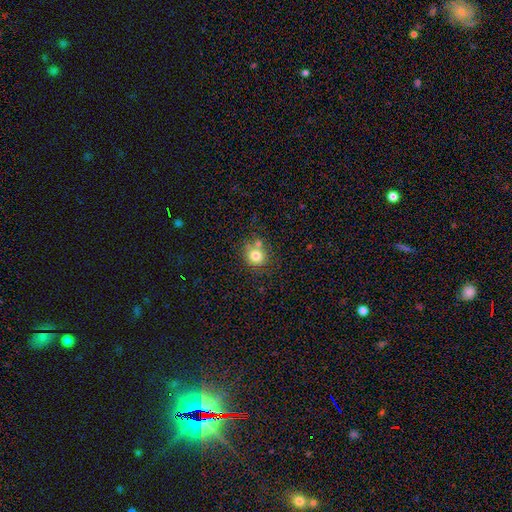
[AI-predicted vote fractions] smooth 78%, star or artifact 12%, featured or disk 10%. Down the decision tree: how rounded — round (88%); merging — none (65%).